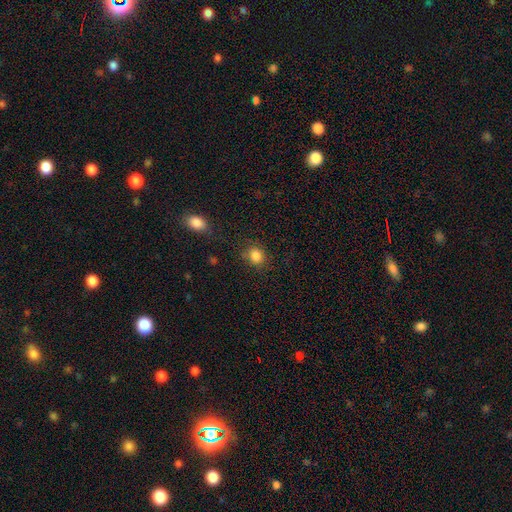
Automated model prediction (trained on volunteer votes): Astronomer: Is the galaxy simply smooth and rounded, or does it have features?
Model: smooth — 84%.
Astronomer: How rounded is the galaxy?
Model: round — 68%.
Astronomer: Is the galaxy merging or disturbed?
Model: none — 78%.